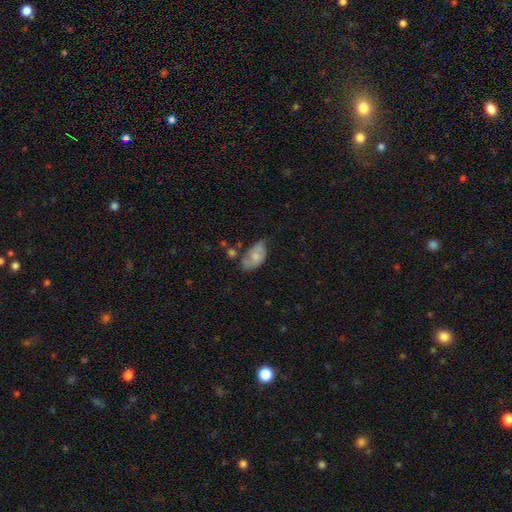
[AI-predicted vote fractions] Smooth or featured: smooth — 60% (featured or disk — 33%)
How rounded: in between — 92% (round — 6%)
Merging: minor disturbance — 39% (none — 36%)